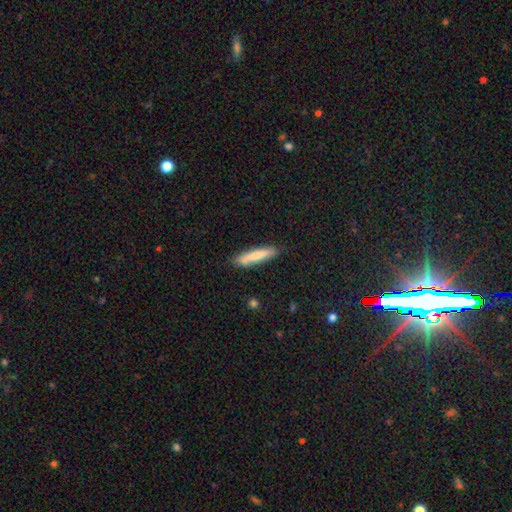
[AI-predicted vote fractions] Smooth or featured? smooth (75%)
How rounded? cigar-shaped (89%)
Merging? none (84%)